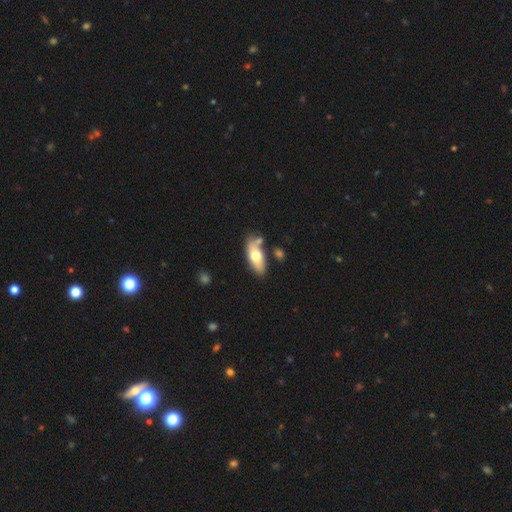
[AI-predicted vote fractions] Smooth or featured: smooth — 64% (featured or disk — 30%)
How rounded: in between — 76% (cigar-shaped — 21%)
Merging: none — 67% (minor disturbance — 17%)